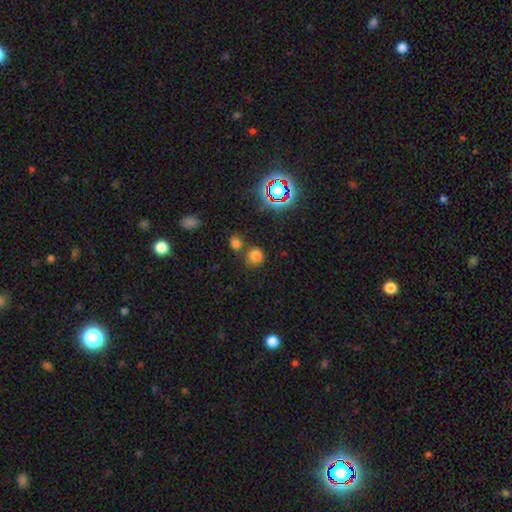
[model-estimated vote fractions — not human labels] This appears to be a smooth galaxy with no disk features (71%) that is round (84%). Merging: none (67%).